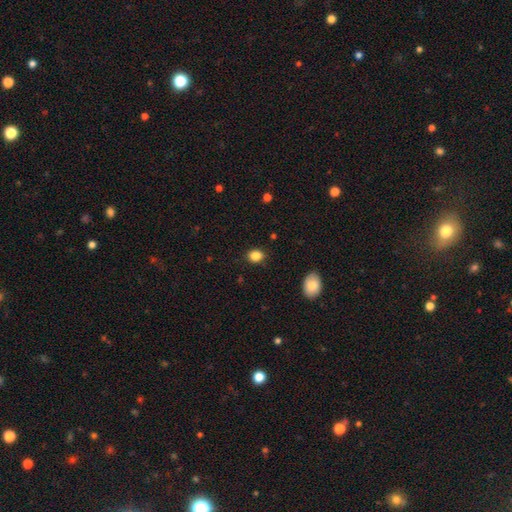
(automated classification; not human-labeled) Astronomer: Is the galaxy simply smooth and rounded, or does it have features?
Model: smooth — 85%.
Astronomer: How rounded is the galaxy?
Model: round — 52% (runner-up: in between, 47%).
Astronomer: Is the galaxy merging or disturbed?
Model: none — 86%.